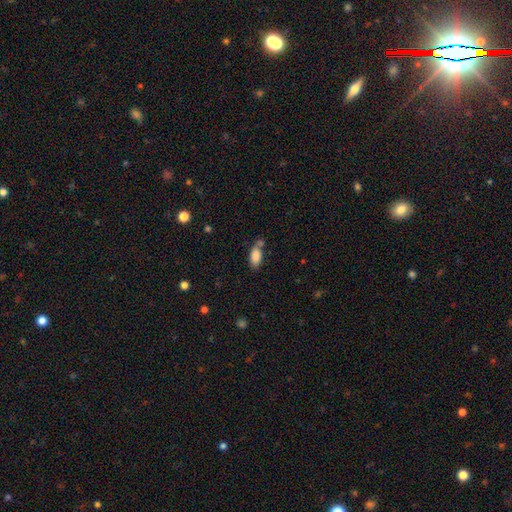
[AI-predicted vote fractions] This is clearly a smooth galaxy (86%). How rounded: clearly in between (91%). Merging: possibly none (53%).